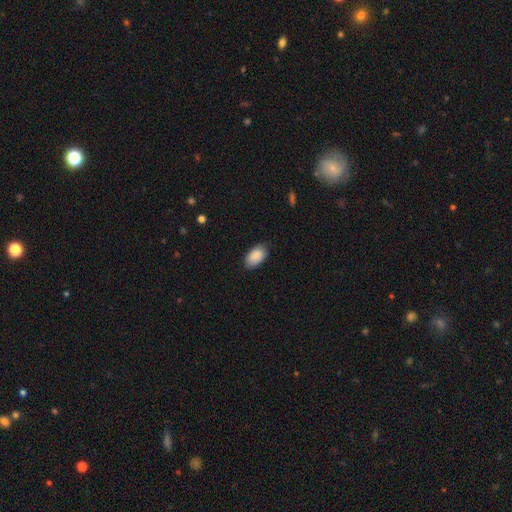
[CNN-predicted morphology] This appears to be a smooth galaxy with no disk features (90%) that is in between round and cigar-shaped (94%). Merging: none (81%).